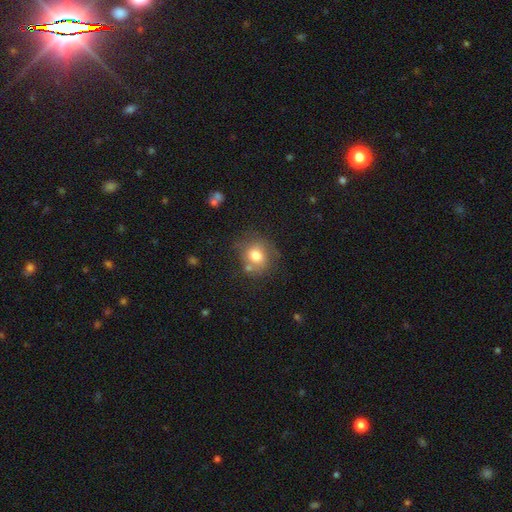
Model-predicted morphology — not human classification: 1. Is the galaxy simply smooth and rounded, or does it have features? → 75% smooth, 14% featured or disk, 11% star or artifact.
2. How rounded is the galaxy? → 75% round, 24% in between, 1% cigar-shaped.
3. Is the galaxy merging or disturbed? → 64% none, 19% minor disturbance, 10% merger, 7% major disturbance.